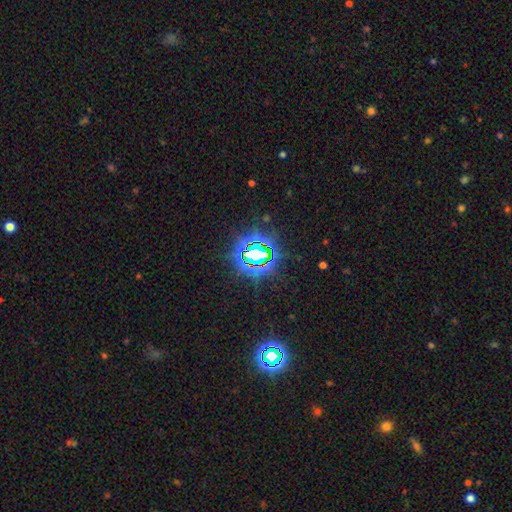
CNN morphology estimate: Smooth or featured: star or artifact — 80% (smooth — 11%)